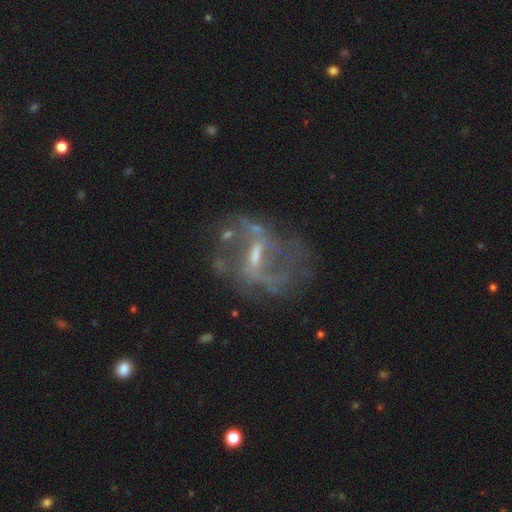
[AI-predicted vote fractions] This appears to be a featured or disk galaxy (81%) with a weak bar (48%), 2 (68%) loose (59%) spiral arms (76%) and a small central bulge (43%). Merging: none (53%).